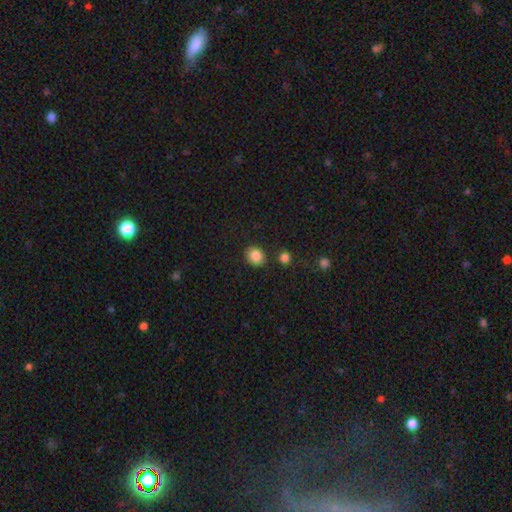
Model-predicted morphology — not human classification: A smooth galaxy with no disk features (86%) that is round (64%).

Vote fractions:
- Smooth or featured? smooth: 86% / star or artifact: 9% / featured or disk: 5%
- How rounded? round: 64% / in between: 35% / cigar-shaped: 1%
- Merging? none: 85% / minor disturbance: 9% / merger: 4% / major disturbance: 2%